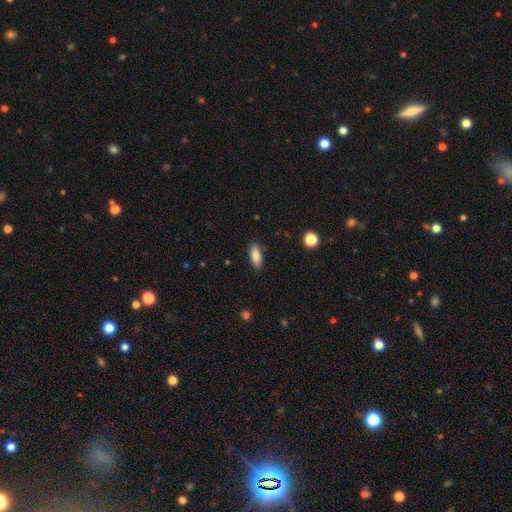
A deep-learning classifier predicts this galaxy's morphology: Smooth or featured? smooth (86%)
How rounded? in between (79%)
Merging? none (87%)